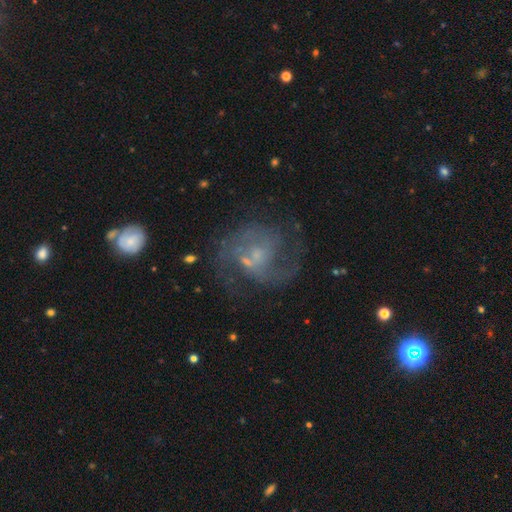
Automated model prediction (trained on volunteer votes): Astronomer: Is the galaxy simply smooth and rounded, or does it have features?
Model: featured or disk — 79%.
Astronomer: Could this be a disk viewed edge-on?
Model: no — 98%.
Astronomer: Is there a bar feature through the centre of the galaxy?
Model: no — 55% (runner-up: weak, 38%).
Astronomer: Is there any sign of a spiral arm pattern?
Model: yes — 88%.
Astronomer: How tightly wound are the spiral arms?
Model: medium — 51% (runner-up: loose, 29%).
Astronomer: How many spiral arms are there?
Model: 2 — 67%.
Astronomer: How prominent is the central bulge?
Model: small — 51% (runner-up: moderate, 26%).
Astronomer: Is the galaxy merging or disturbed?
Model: none — 55%.